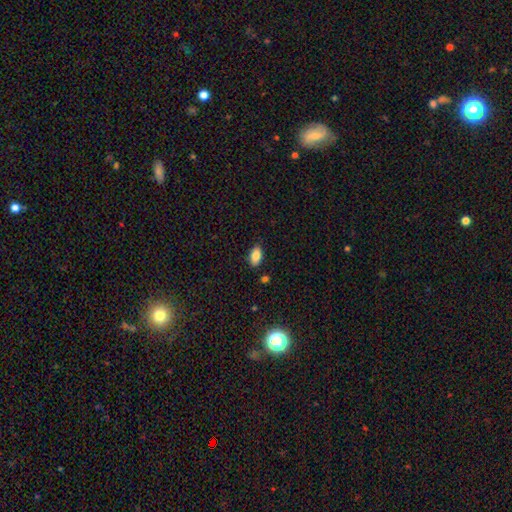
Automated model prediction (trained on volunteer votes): This appears to be a smooth galaxy with no disk features (84%) that is in between round and cigar-shaped (92%). Merging: none (86%).